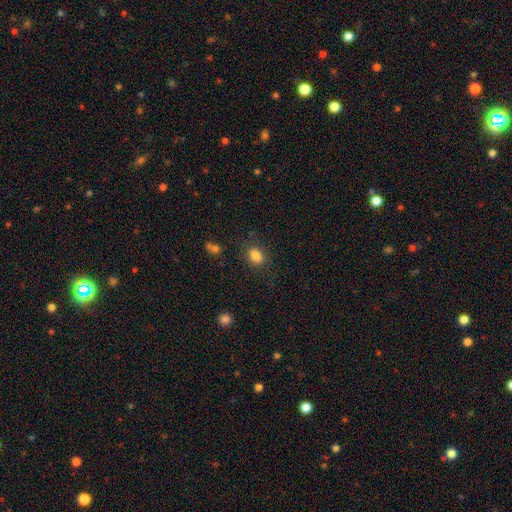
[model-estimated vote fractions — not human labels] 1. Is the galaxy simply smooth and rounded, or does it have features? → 84% smooth, 10% star or artifact, 6% featured or disk.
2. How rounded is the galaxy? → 68% in between, 30% round, 1% cigar-shaped.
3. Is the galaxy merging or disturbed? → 80% none, 13% minor disturbance, 4% major disturbance, 2% merger.